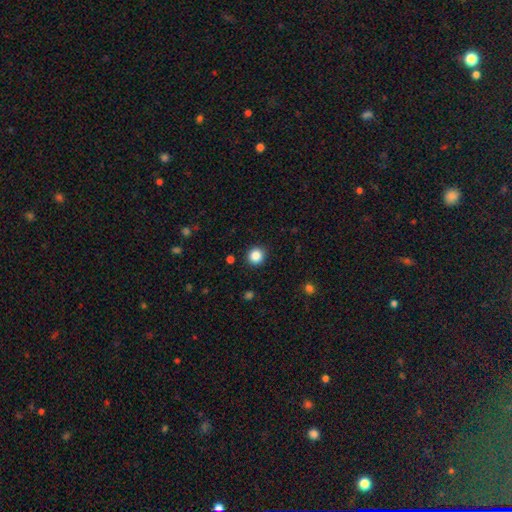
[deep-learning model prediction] A smooth galaxy with no disk features (86%) that is round (92%). Merging: none (91%).